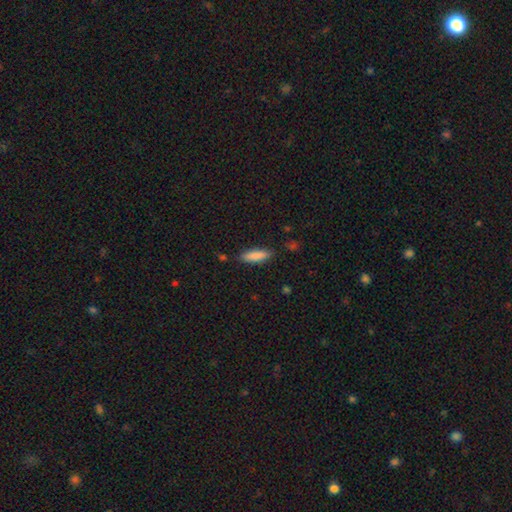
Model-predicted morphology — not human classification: Smooth or featured?
  - smooth: 85% *
  - featured or disk: 8%
  - star or artifact: 6%
How rounded?
  - cigar-shaped: 54% *
  - in between: 45%
  - round: 2%
Merging?
  - none: 83% *
  - minor disturbance: 12%
  - major disturbance: 3%
  - merger: 2%